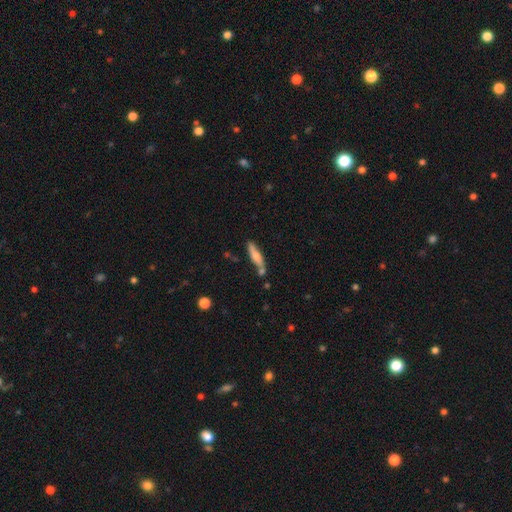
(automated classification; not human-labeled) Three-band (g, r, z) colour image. It shows a smooth galaxy with no disk features (64%) that is cigar-shaped (81%). Merging: none (66%).